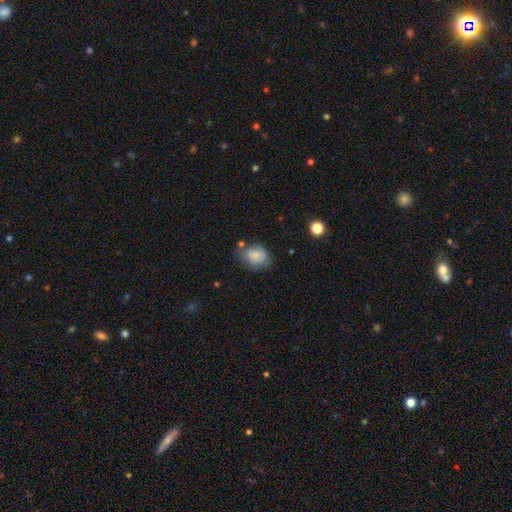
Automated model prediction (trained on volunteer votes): smooth-or-featured: smooth: 77% | featured or disk: 14% | star or artifact: 9%
  how-rounded: in between: 56% | round: 43% | cigar-shaped: 1%
  merging: none: 57% | minor disturbance: 27% | major disturbance: 9% | merger: 7%